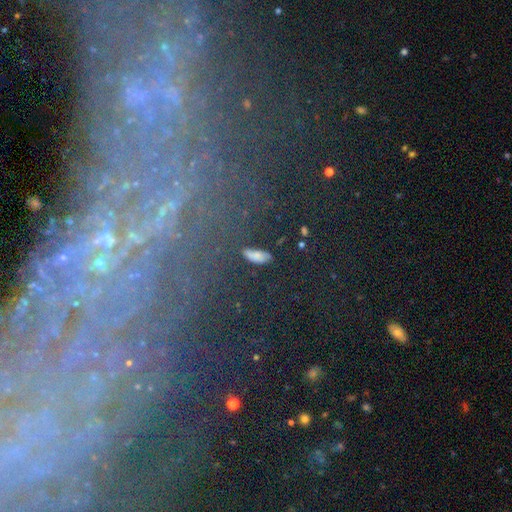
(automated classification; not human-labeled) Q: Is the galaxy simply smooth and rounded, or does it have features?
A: smooth — 64%.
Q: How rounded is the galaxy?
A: in between — 67%.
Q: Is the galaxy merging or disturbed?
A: none — 73%.